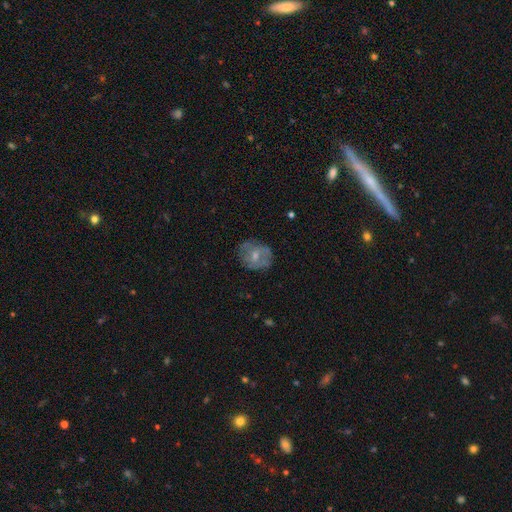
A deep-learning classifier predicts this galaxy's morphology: Smooth or featured? Predicted: featured or disk (p=0.50). Edge-on disk? Predicted: no (p=0.97). Merging? Predicted: none (p=0.66).